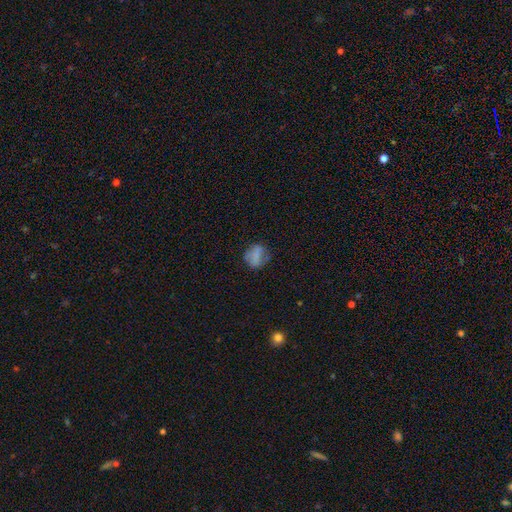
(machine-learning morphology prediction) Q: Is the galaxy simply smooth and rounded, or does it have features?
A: smooth — 67%.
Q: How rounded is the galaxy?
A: round — 55%.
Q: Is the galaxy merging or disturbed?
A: none — 65%.